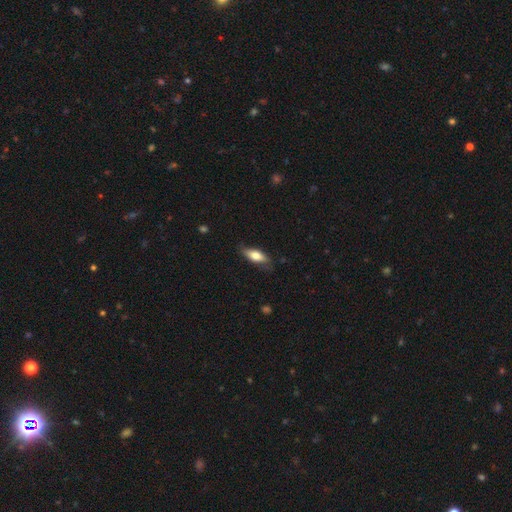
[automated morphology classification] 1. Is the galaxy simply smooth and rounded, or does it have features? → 70% smooth, 24% featured or disk, 6% star or artifact.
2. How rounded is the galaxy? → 71% in between, 26% cigar-shaped, 3% round.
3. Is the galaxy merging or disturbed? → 73% none, 21% minor disturbance, 4% major disturbance, 1% merger.